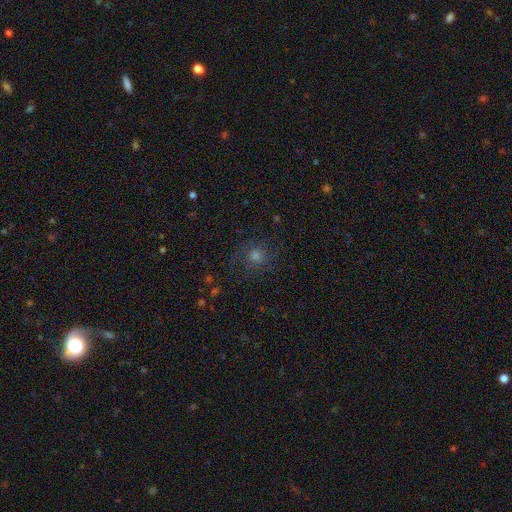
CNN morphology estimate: Smooth or featured: smooth — 39% (featured or disk — 36%)
Merging: none — 73% (minor disturbance — 15%)